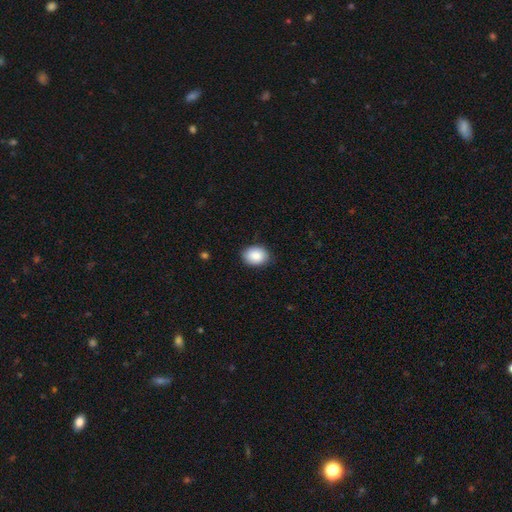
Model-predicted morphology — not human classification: smooth 87%, star or artifact 7%, featured or disk 6%. Down the decision tree: how rounded — in between (60%); merging — none (84%).